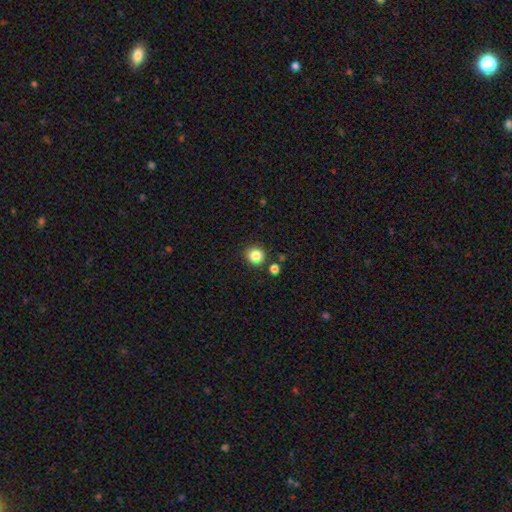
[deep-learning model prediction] Smooth or featured? Predicted: smooth (p=0.85). How rounded? Predicted: round (p=0.88). Merging? Predicted: none (p=0.84).